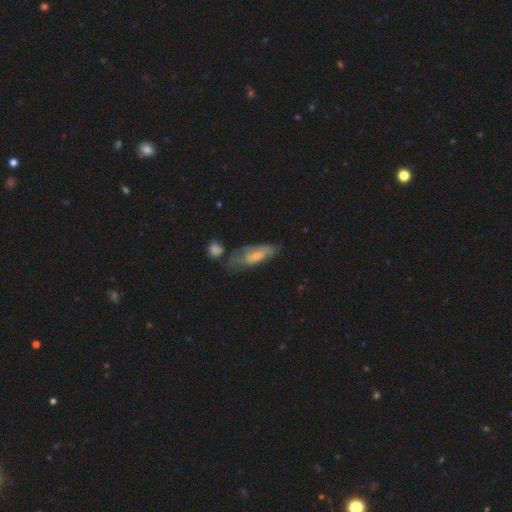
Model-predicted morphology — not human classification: type=featured or disk (50%); edge-on=no (82%); merging=none (41%).